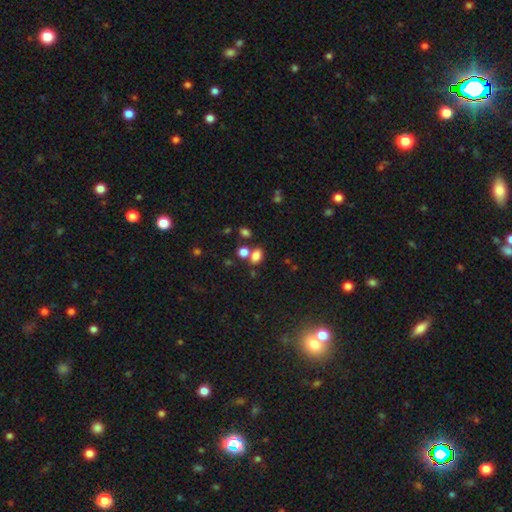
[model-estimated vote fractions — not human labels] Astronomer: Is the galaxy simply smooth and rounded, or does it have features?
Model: smooth — 78%.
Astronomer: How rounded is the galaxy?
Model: in between — 80%.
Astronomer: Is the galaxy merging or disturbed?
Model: none — 57%.